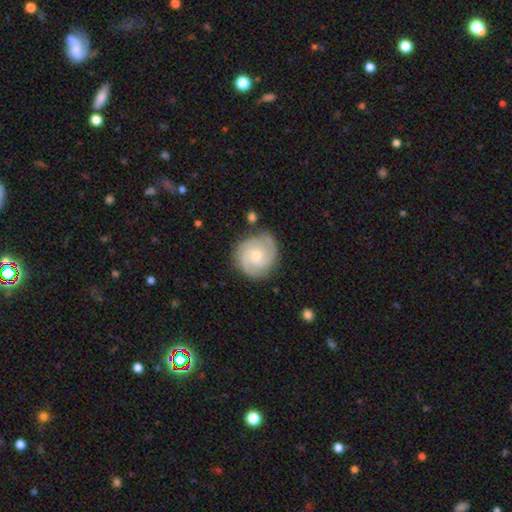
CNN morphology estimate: A featured or disk galaxy (85%) with no bar (70%), 3 (52%) tight (68%) spiral arms (97%) and a small central bulge (52%).

Vote fractions:
- Smooth or featured? featured or disk: 85% / smooth: 11% / star or artifact: 4%
- Edge-on disk? no: 98% / yes: 2%
- Bar? no: 70% / weak: 26% / strong: 4%
- Spiral arms? yes: 97% / no: 3%
- Spiral winding? tight: 68% / medium: 28% / loose: 4%
- Spiral arm count? 3: 52% / 2: 24% / can't tell: 9% / 4: 8% / 1: 4% / more than 4: 4%
- Bulge size? small: 52% / moderate: 45% / large: 1% / none: 1% / dominant: 1%
- Merging? none: 82% / minor disturbance: 13% / major disturbance: 3% / merger: 2%